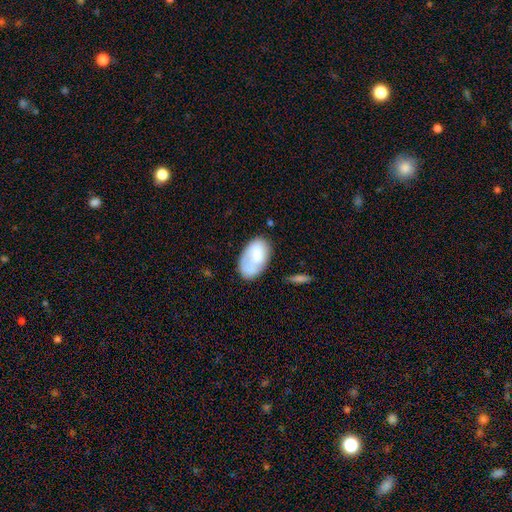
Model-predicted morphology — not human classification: smooth-or-featured: smooth: 69% | featured or disk: 24% | star or artifact: 7%
  how-rounded: in between: 93% | round: 5% | cigar-shaped: 1%
  merging: none: 48% | minor disturbance: 26% | merger: 14% | major disturbance: 11%